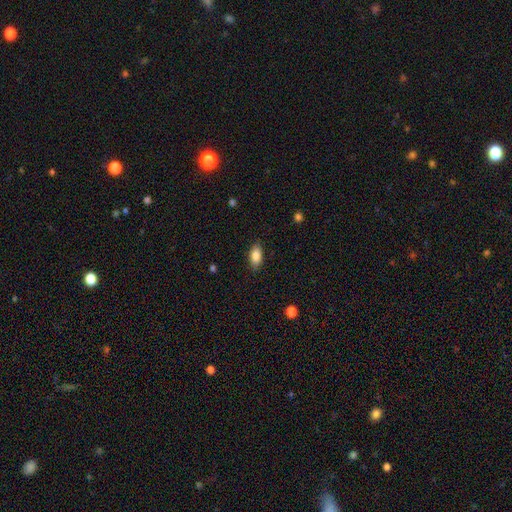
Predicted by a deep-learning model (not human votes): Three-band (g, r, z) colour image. It shows a smooth galaxy with no disk features (86%) that is in between round and cigar-shaped (90%). Merging: none (86%).